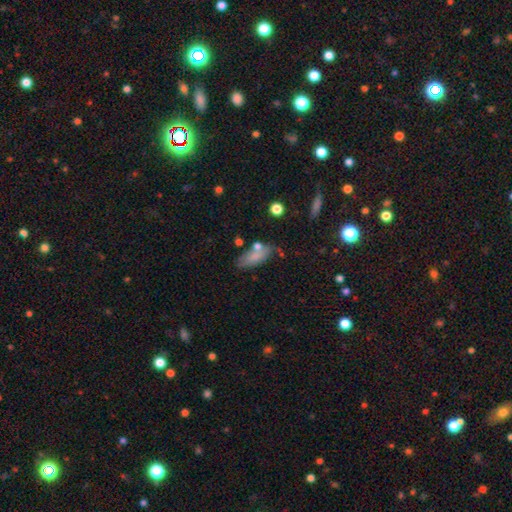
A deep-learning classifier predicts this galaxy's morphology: Smooth or featured: smooth — 73% (featured or disk — 18%)
How rounded: in between — 76% (cigar-shaped — 21%)
Merging: none — 58% (minor disturbance — 23%)